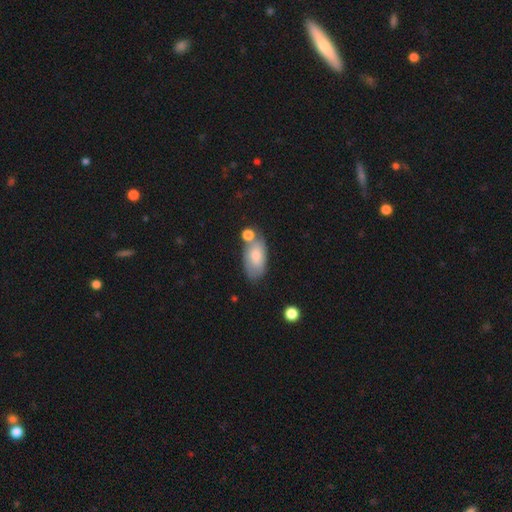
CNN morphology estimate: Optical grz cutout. It shows a smooth galaxy with no disk features (69%) that is in between round and cigar-shaped (92%). Merging: none (48%).